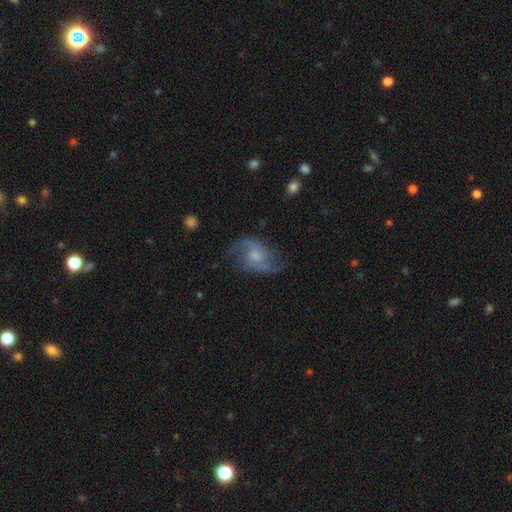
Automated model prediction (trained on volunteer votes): Smooth or featured?
  - featured or disk: 81% *
  - smooth: 12%
  - star or artifact: 7%
Edge-on disk?
  - no: 97% *
  - yes: 3%
Bar?
  - no: 53% *
  - weak: 41%
  - strong: 6%
Spiral arms?
  - yes: 95% *
  - no: 5%
Spiral winding?
  - medium: 48% *
  - loose: 39%
  - tight: 13%
Spiral arm count?
  - 2: 87% *
  - can't tell: 5%
  - 3: 3%
  - 1: 2%
  - 4: 1%
  - more than 4: 1%
Bulge size?
  - moderate: 42% *
  - small: 37%
  - none: 14%
  - large: 6%
  - dominant: 1%
Merging?
  - none: 70% *
  - minor disturbance: 19%
  - major disturbance: 10%
  - merger: 2%